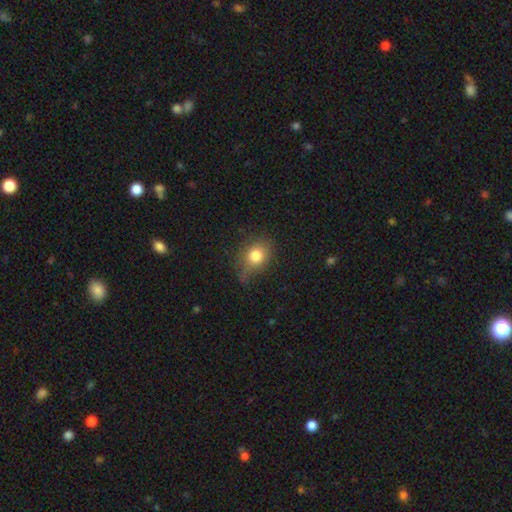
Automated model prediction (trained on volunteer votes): smooth 79%, star or artifact 11%, featured or disk 10%. Down the decision tree: how rounded — round (57%); merging — none (59%).